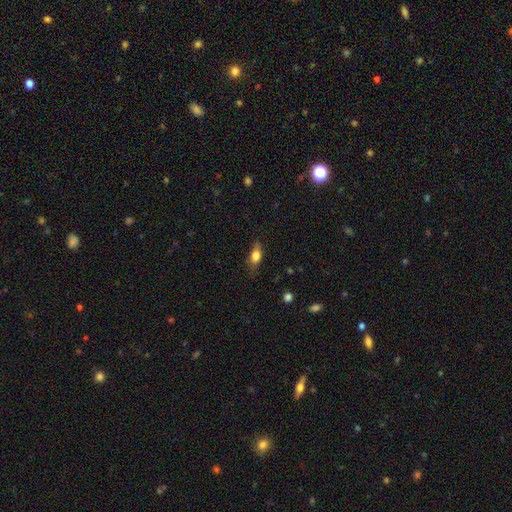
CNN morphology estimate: Overall: smooth (73%). How rounded: in between (74%). Merging: none (67%).